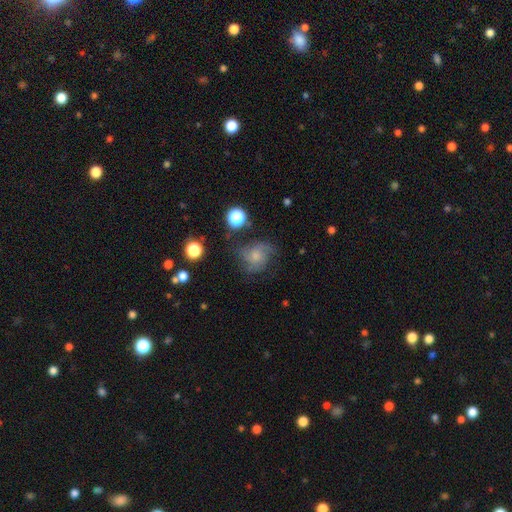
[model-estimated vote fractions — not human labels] This is possibly a featured or disk galaxy (46%). Merging: possibly none (54%).